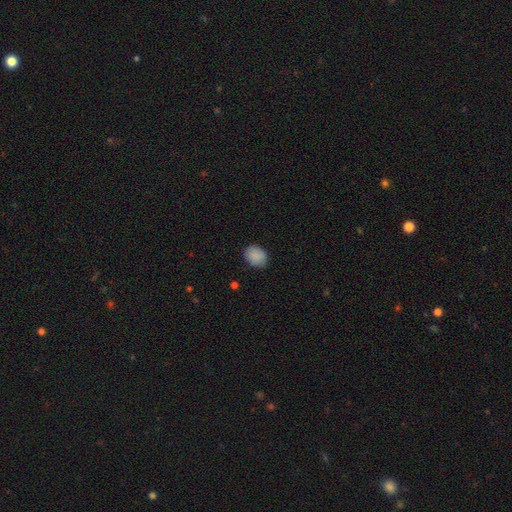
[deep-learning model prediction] smooth 89%, star or artifact 8%, featured or disk 4%. Down the decision tree: how rounded — in between (56%); merging — none (83%).